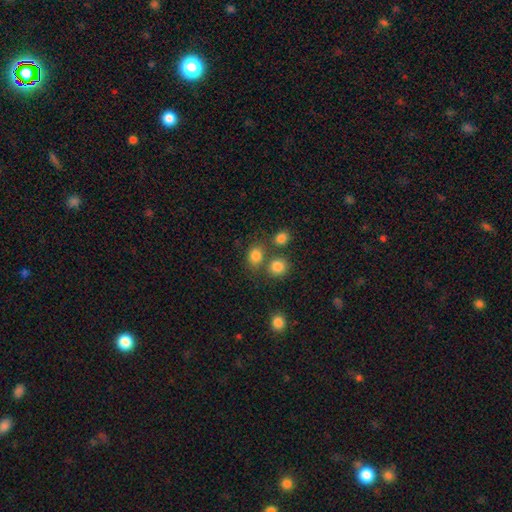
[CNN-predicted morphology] Q: Smooth or featured?
A: smooth (80%); runner-up: star or artifact (14%)
Q: How rounded?
A: round (63%); runner-up: in between (36%)
Q: Merging?
A: none (64%); runner-up: merger (21%)